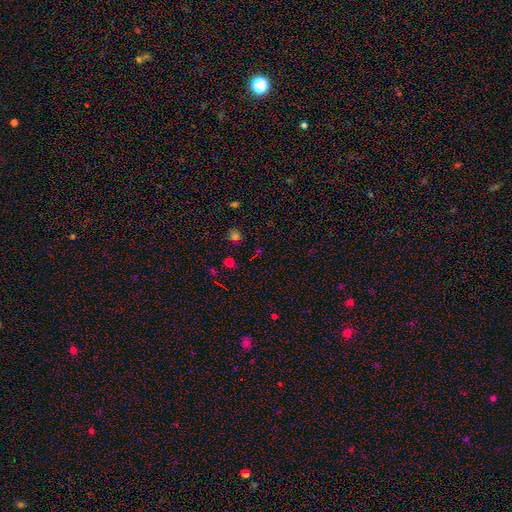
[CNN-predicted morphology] Smooth or featured? star or artifact (48%)